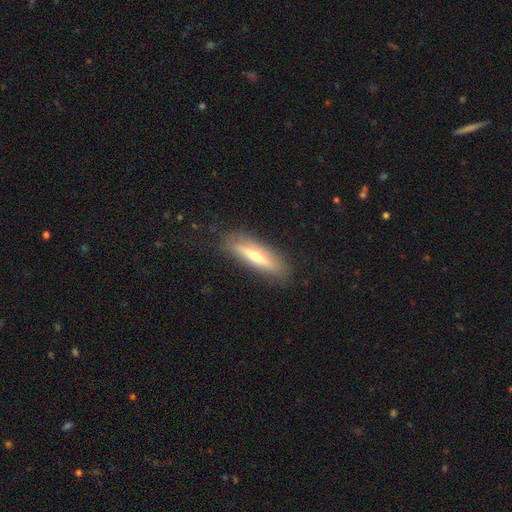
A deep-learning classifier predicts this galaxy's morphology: Overall: featured or disk (49%; smooth 44%). Merging: none (84%).